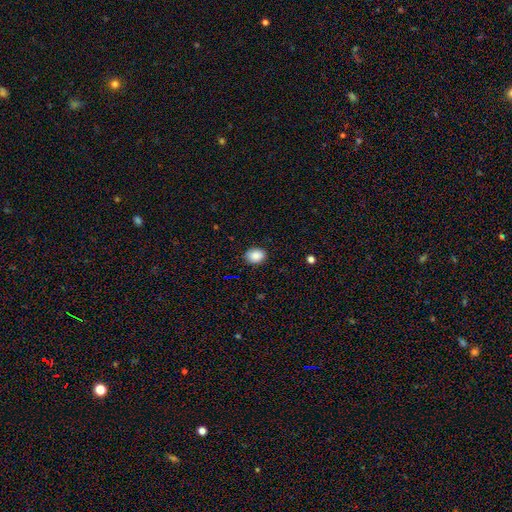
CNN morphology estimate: The model was most divided on "how rounded": in between: 52%, round: 47%, cigar-shaped: 1%. More confident: merging — none (88%); smooth or featured — smooth (86%).